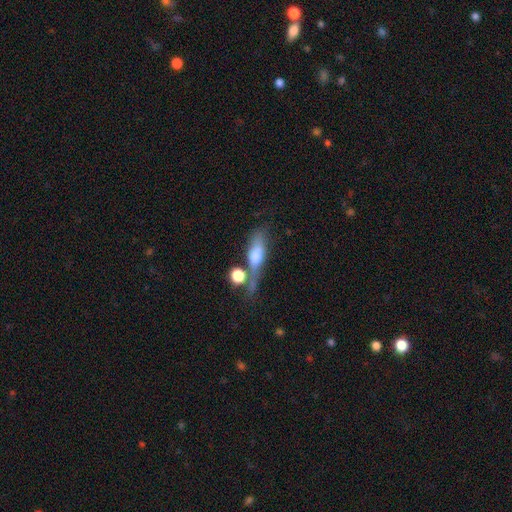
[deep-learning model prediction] Morphology: type=smooth (55%); roundness=in between (50%); merging=none (40%).